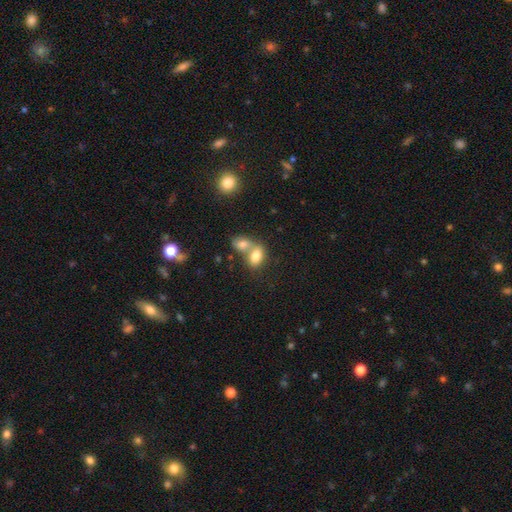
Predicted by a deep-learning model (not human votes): Q: Smooth or featured?
A: smooth (79%); runner-up: featured or disk (12%)
Q: How rounded?
A: in between (84%); runner-up: round (14%)
Q: Merging?
A: merger (60%); runner-up: none (28%)